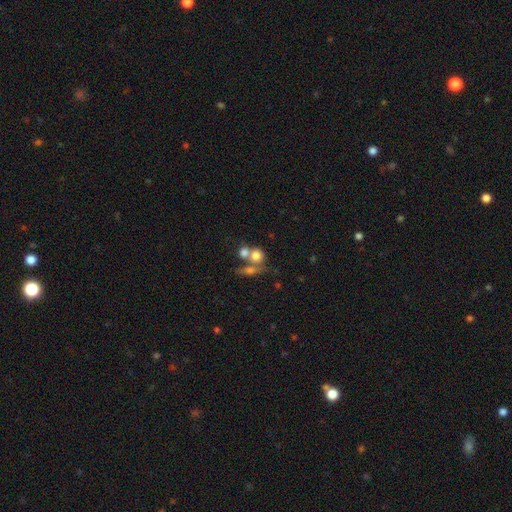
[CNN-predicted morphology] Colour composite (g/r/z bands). It shows a smooth galaxy with no disk features (70%) that is round (77%). Merging: merger (49%).